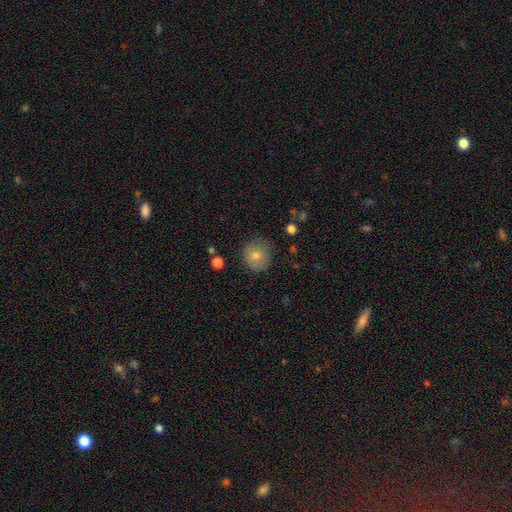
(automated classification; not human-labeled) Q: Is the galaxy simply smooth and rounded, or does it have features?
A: smooth — 77%.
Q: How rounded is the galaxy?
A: round — 88%.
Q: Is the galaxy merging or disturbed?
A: none — 78%.